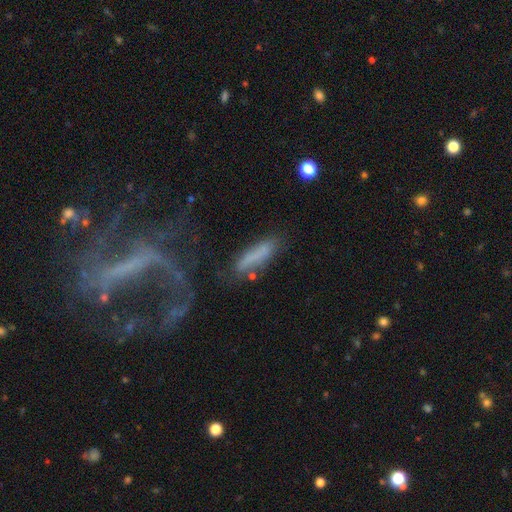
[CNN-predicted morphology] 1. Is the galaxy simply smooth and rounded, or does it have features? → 67% smooth, 23% featured or disk, 10% star or artifact.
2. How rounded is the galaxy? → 74% cigar-shaped, 23% in between, 3% round.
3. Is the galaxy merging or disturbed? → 65% none, 19% minor disturbance, 10% major disturbance, 6% merger.